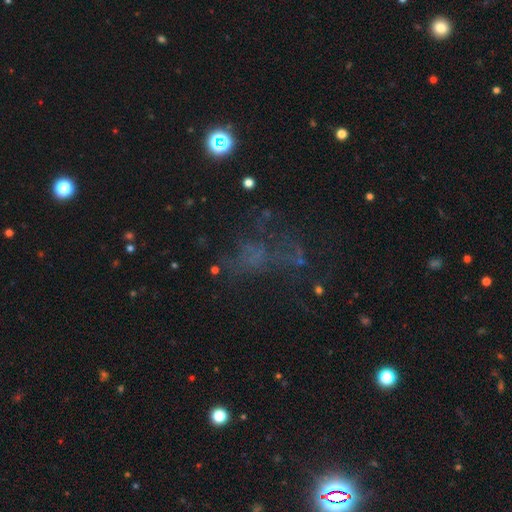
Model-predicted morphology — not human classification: This is marginally a star or artifact rather than a galaxy (38%).